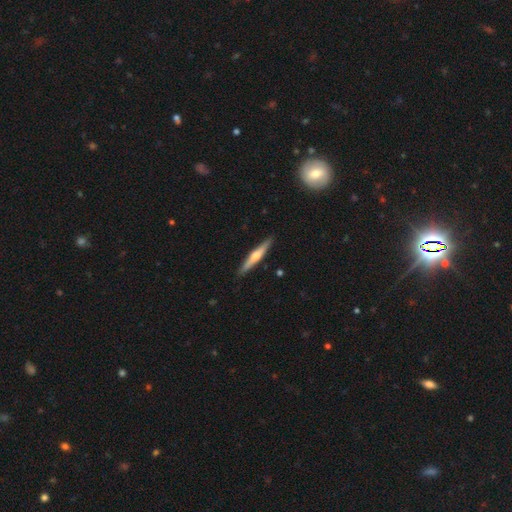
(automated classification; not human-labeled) This appears to be a featured or disk galaxy (60%) viewed edge-on (97%) with a rounded central bulge (84%). Merging: none (90%).